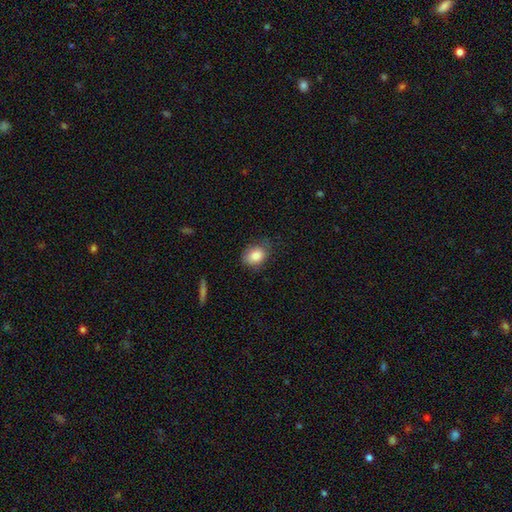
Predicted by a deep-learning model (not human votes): Smooth or featured? Predicted: smooth (p=0.84). How rounded? Predicted: in between (p=0.61). Merging? Predicted: none (p=0.68).